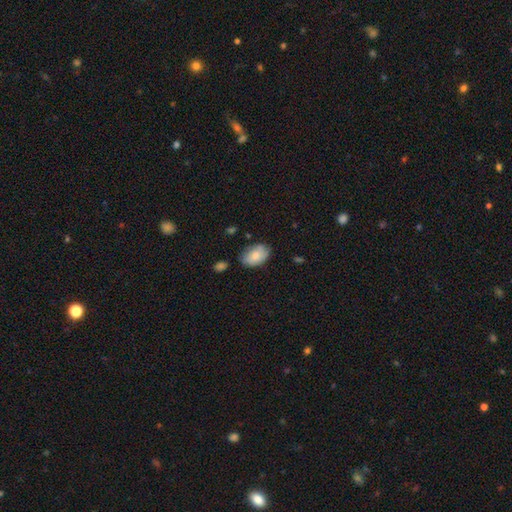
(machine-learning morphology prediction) This is likely a smooth galaxy (79%). How rounded: clearly in between (89%). Merging: likely none (70%).